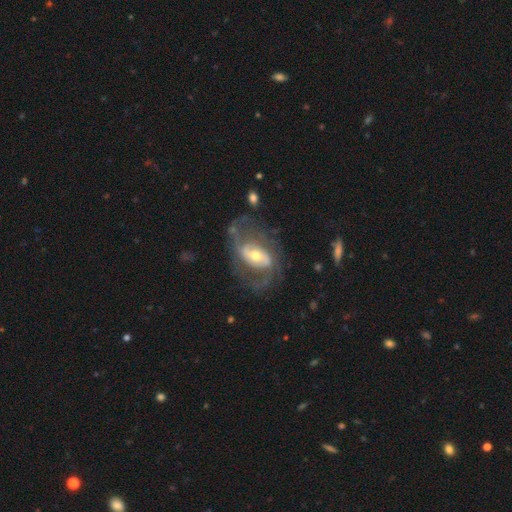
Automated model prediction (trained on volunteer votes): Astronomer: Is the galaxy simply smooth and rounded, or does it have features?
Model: featured or disk — 84%.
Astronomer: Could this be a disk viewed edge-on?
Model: no — 96%.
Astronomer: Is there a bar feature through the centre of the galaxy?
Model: weak — 40% (runner-up: no, 32%).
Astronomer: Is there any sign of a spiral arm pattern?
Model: yes — 89%.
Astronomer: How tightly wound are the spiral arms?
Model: medium — 46% (runner-up: loose, 31%).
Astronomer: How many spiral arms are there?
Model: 2 — 68%.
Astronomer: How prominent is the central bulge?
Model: moderate — 61%.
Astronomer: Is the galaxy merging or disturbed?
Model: none — 56%.